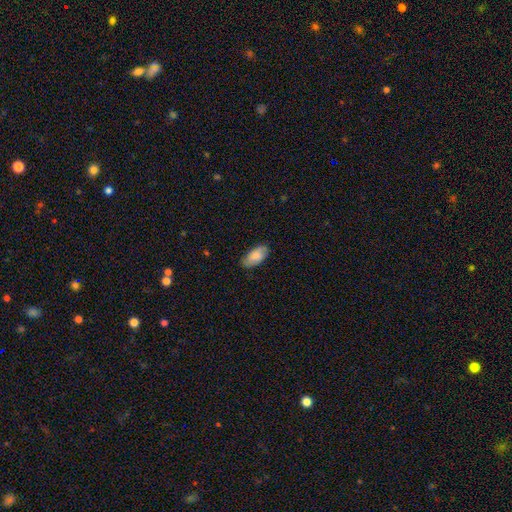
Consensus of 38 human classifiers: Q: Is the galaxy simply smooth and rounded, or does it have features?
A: smooth — 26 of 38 (68%).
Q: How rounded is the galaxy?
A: in between — 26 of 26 (100%).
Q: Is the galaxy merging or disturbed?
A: none — 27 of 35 (77%).